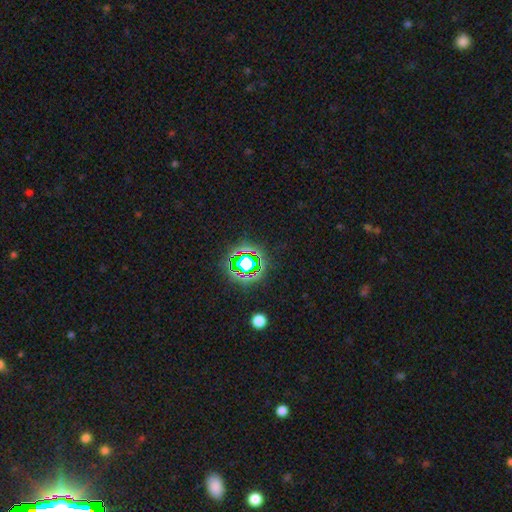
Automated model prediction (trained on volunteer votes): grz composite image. It shows a star or artifact, not a galaxy (78%).